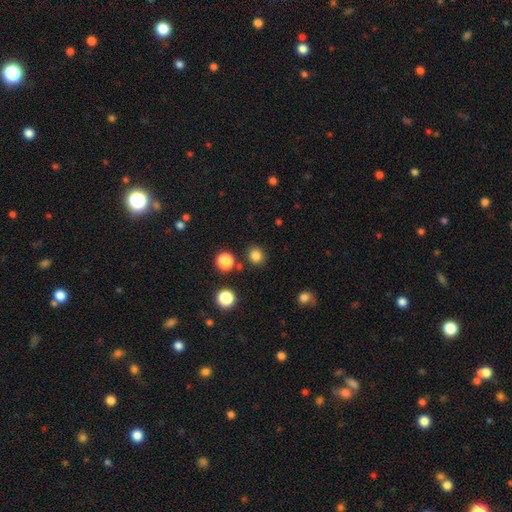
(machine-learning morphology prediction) smooth 82%, star or artifact 14%, featured or disk 4%. Down the decision tree: how rounded — round (79%); merging — none (86%).